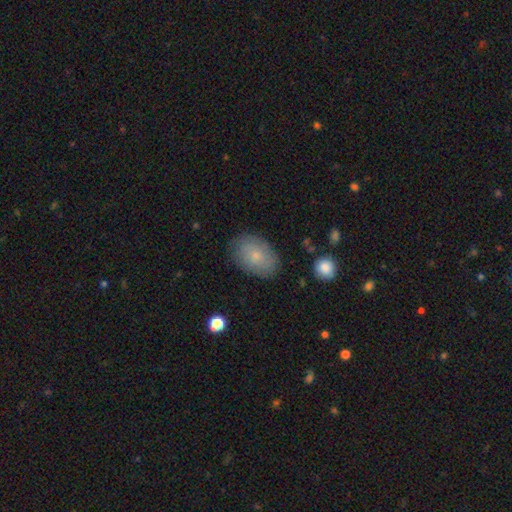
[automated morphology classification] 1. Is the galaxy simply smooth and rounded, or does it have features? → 74% smooth, 18% featured or disk, 8% star or artifact.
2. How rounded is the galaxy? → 84% in between, 15% round, 1% cigar-shaped.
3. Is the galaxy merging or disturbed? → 82% none, 14% minor disturbance, 4% major disturbance, 1% merger.